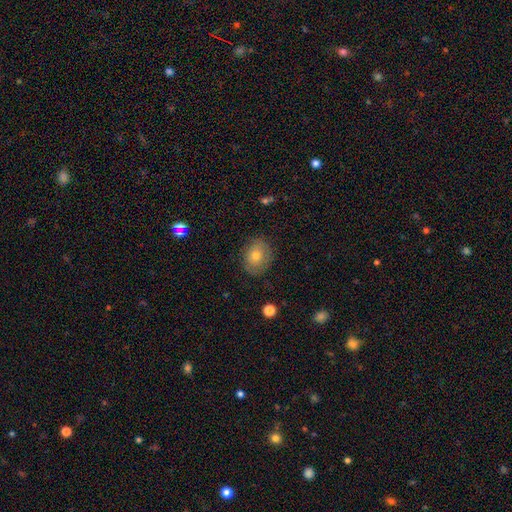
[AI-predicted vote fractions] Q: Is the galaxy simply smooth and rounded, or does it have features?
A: smooth — 66%.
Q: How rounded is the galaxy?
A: in between — 50%.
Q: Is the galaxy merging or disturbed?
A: none — 81%.